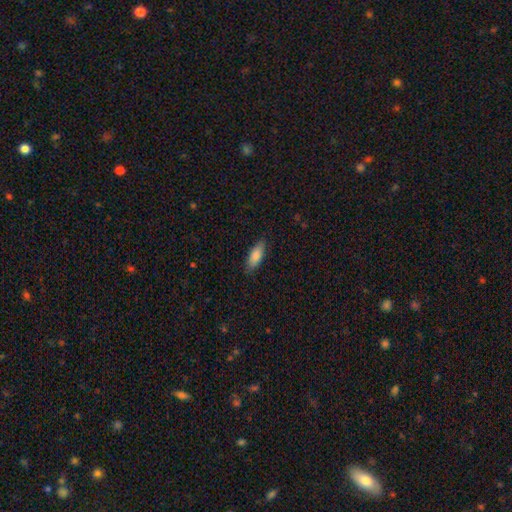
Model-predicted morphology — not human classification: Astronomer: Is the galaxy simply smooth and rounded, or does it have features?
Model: smooth — 84%.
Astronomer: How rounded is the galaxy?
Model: in between — 65%.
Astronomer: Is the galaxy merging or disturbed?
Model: none — 84%.